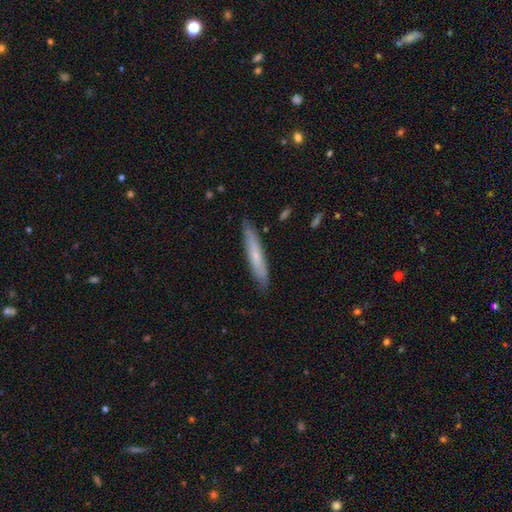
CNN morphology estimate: This is possibly a smooth galaxy (55%). How rounded: clearly cigar-shaped (92%). Merging: clearly none (85%).